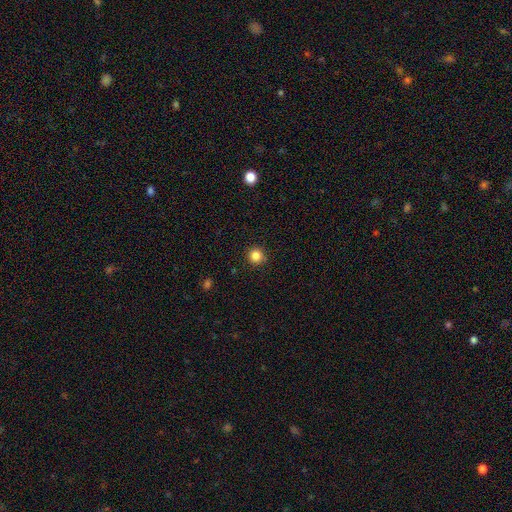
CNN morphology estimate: Smooth or featured: smooth — 84% (star or artifact — 12%)
How rounded: round — 95% (in between — 4%)
Merging: none — 91% (minor disturbance — 6%)